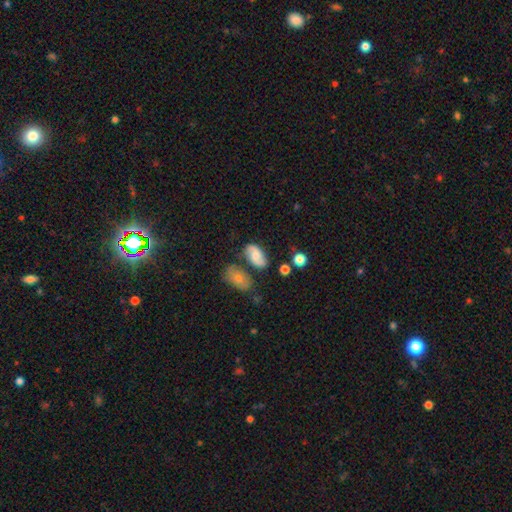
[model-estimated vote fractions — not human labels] Smooth or featured?
  - featured or disk: 47% *
  - smooth: 44%
  - star or artifact: 9%
Merging?
  - none: 58% *
  - minor disturbance: 20%
  - merger: 15%
  - major disturbance: 8%